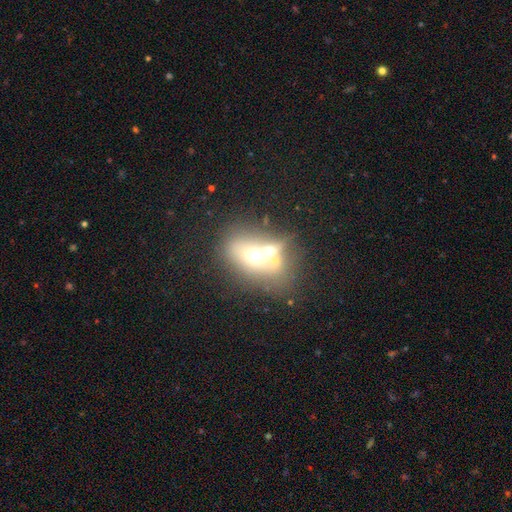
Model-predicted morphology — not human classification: Smooth or featured?
  - smooth: 51% *
  - featured or disk: 36%
  - star or artifact: 13%
How rounded?
  - in between: 61% *
  - round: 36%
  - cigar-shaped: 3%
Merging?
  - merger: 53% *
  - none: 29%
  - minor disturbance: 10%
  - major disturbance: 8%